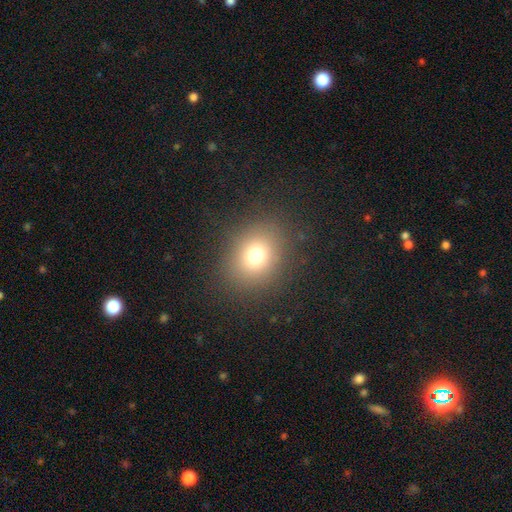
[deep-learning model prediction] Smooth or featured? Predicted: smooth (p=0.73). How rounded? Predicted: round (p=0.67). Merging? Predicted: none (p=0.85).